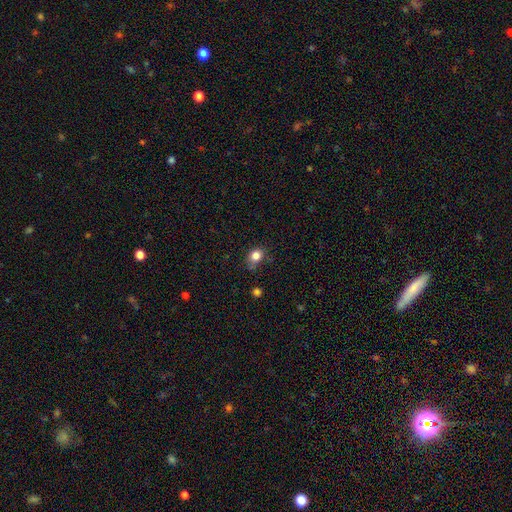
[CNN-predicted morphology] Smooth or featured? smooth (82%)
How rounded? round (57%)
Merging? none (68%)